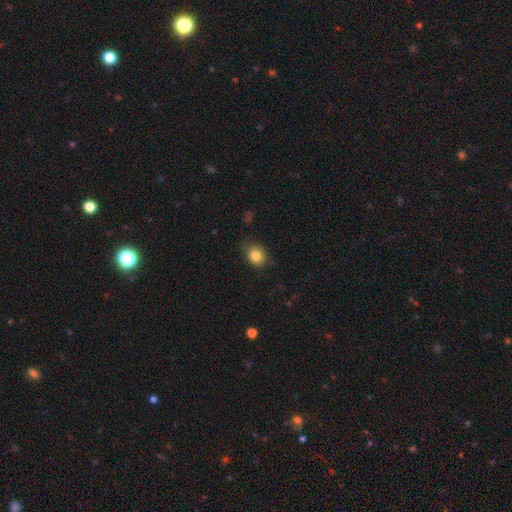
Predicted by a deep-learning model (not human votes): A smooth galaxy with no disk features (84%) that is round (58%). Merging: none (69%).